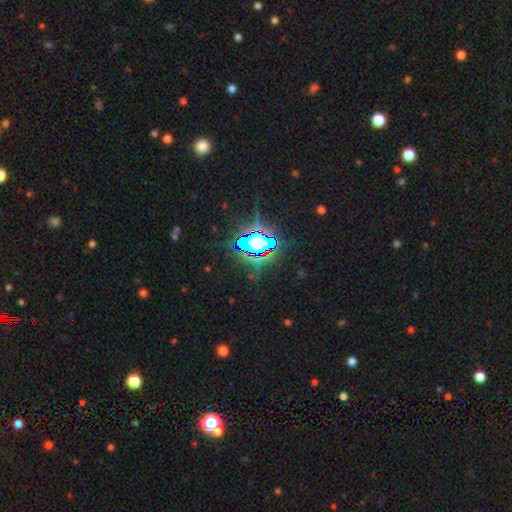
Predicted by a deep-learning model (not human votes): smooth-or-featured: star or artifact: 85% | smooth: 9% | featured or disk: 7%